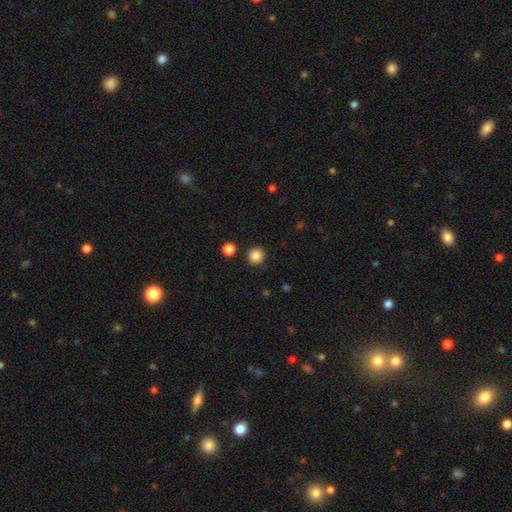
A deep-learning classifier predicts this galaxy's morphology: A smooth galaxy with no disk features (86%) that is round (95%).

Vote fractions:
- Smooth or featured? smooth: 86% / star or artifact: 10% / featured or disk: 3%
- How rounded? round: 95% / in between: 4% / cigar-shaped: 1%
- Merging? none: 91% / minor disturbance: 5% / merger: 2% / major disturbance: 2%